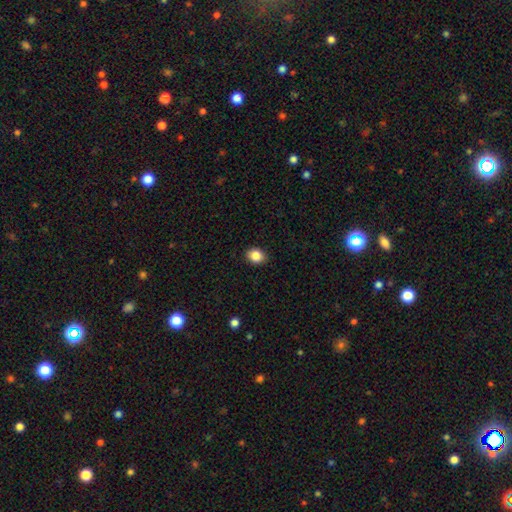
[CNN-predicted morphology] smooth 86%, star or artifact 10%, featured or disk 5%. Down the decision tree: how rounded — round (54%); merging — none (88%).